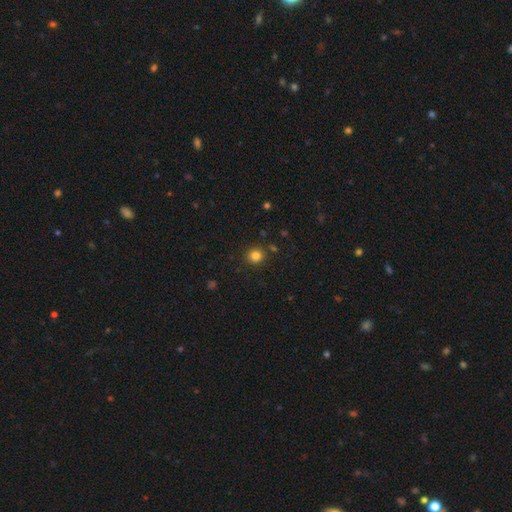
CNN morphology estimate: smooth-or-featured: smooth: 82% | star or artifact: 13% | featured or disk: 5%
  how-rounded: round: 91% | in between: 8% | cigar-shaped: 1%
  merging: none: 89% | minor disturbance: 6% | merger: 3% | major disturbance: 2%